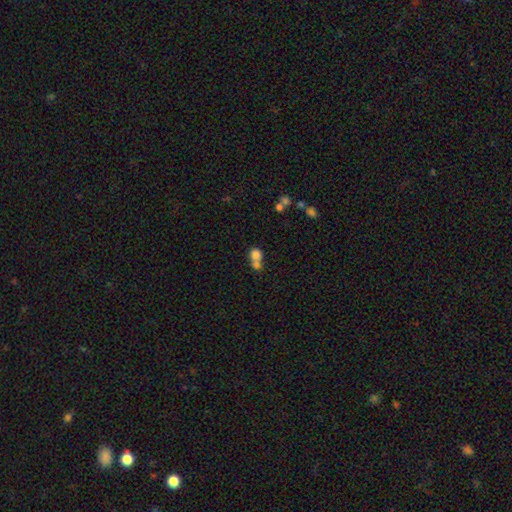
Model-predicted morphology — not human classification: Smooth or featured? smooth (77%)
How rounded? round (73%)
Merging? merger (60%)